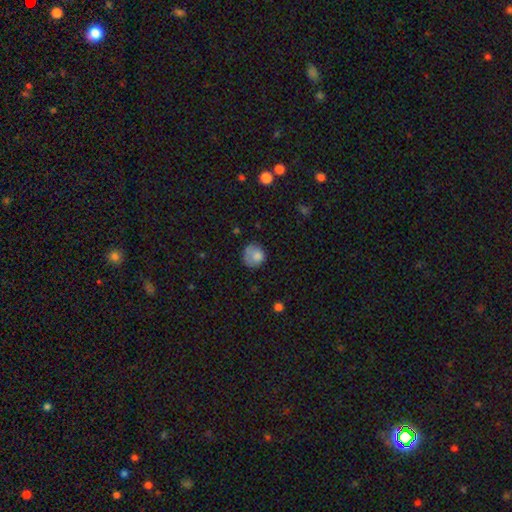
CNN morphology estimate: smooth 77%, featured or disk 13%, star or artifact 10%. Down the decision tree: how rounded — round (78%); merging — none (53%).